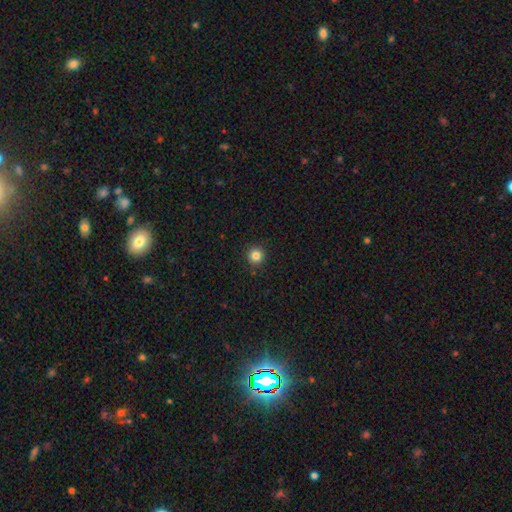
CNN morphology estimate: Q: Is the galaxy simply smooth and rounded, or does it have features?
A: smooth — 83%.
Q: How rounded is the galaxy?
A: round — 95%.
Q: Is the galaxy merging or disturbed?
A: none — 91%.